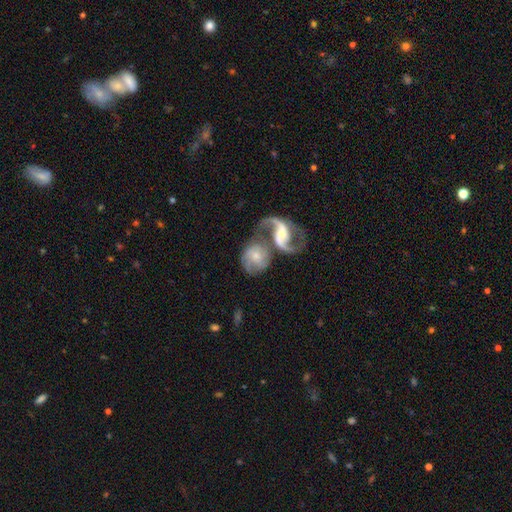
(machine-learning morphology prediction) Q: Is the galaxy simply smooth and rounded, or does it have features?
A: featured or disk — 75%.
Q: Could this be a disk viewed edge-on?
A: no — 96%.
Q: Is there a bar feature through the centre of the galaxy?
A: no — 48%.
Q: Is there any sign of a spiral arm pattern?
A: yes — 92%.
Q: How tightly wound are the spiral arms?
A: loose — 50%.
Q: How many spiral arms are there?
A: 2 — 80%.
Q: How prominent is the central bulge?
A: moderate — 45%.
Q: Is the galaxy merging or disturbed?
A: merger — 62%.